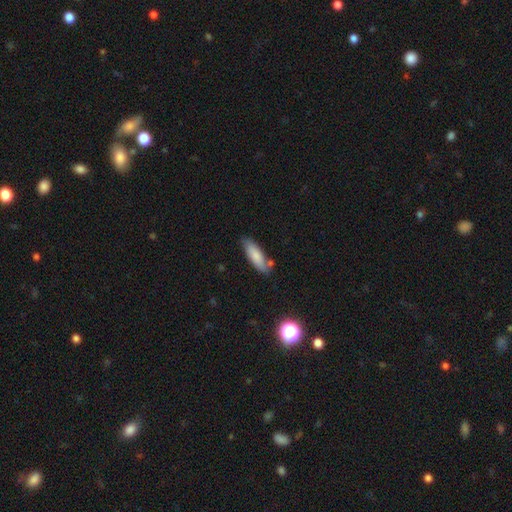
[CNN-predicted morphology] A smooth galaxy with no disk features (81%) that is in between round and cigar-shaped (52%). Merging: none (73%).